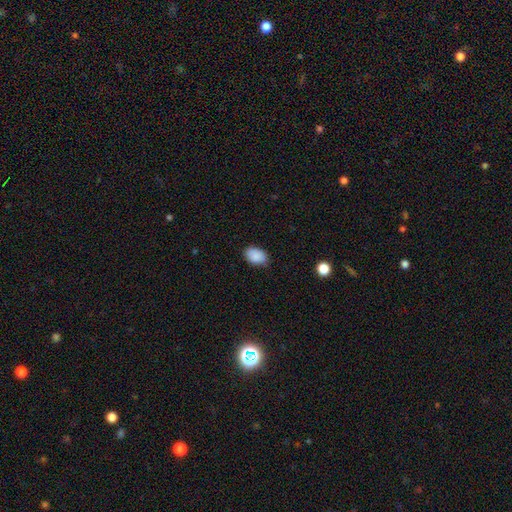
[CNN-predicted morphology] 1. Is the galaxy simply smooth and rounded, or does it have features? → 89% smooth, 7% star or artifact, 4% featured or disk.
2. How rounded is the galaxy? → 84% in between, 15% round, 1% cigar-shaped.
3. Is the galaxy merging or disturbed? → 78% none, 18% minor disturbance, 3% major disturbance, 1% merger.